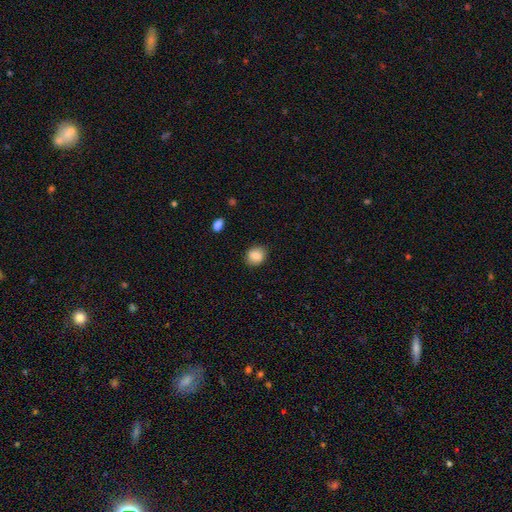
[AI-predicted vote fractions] Overall: smooth (85%). How rounded: round (63%; in between 36%). Merging: none (87%).